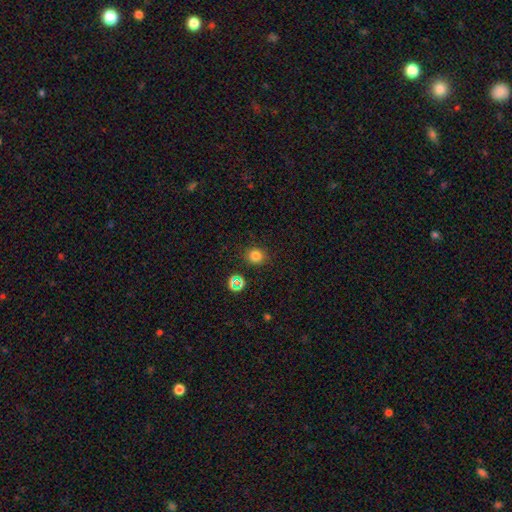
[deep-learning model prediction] Morphology: type=smooth (78%); roundness=round (84%); merging=none (86%).